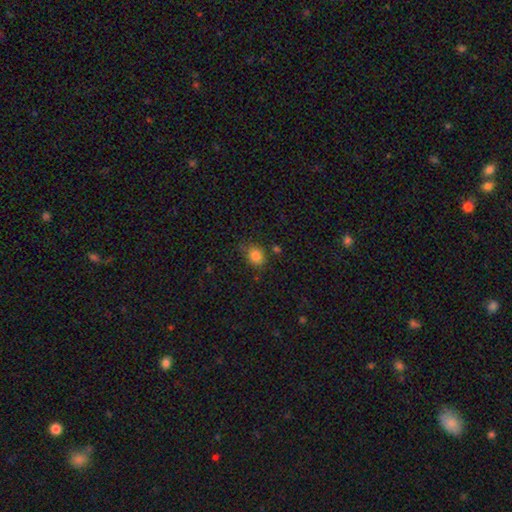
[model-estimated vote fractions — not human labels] Smooth or featured: smooth — 83% (star or artifact — 11%)
How rounded: in between — 50% (round — 49%)
Merging: none — 71% (minor disturbance — 19%)